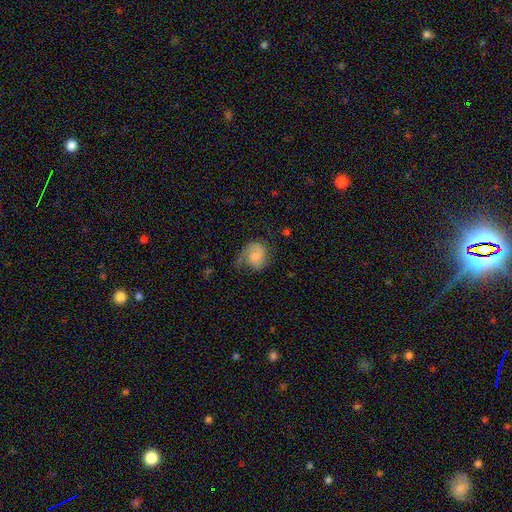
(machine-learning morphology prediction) Q: Smooth or featured?
A: featured or disk (51%); runner-up: smooth (41%)
Q: Edge-on disk?
A: no (98%); runner-up: yes (2%)
Q: Bar?
A: no (55%); runner-up: weak (38%)
Q: Spiral arms?
A: yes (88%); runner-up: no (12%)
Q: Bulge size?
A: moderate (33%); runner-up: small (31%)
Q: Merging?
A: none (45%); runner-up: minor disturbance (28%)